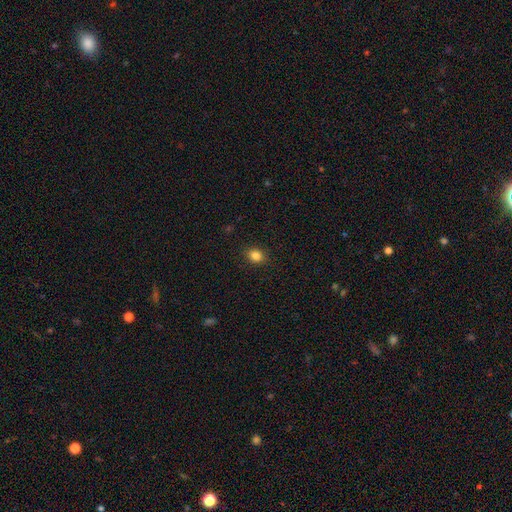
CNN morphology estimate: Overall: smooth (85%). How rounded: round (52%; in between 47%). Merging: none (89%).